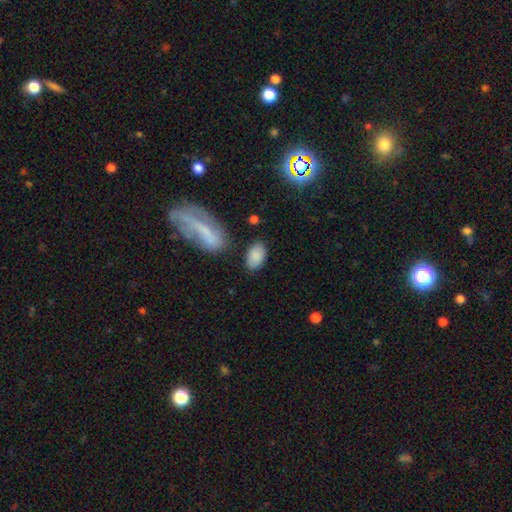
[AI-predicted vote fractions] smooth 85%, featured or disk 8%, star or artifact 7%. Down the decision tree: how rounded — in between (93%); merging — none (77%).